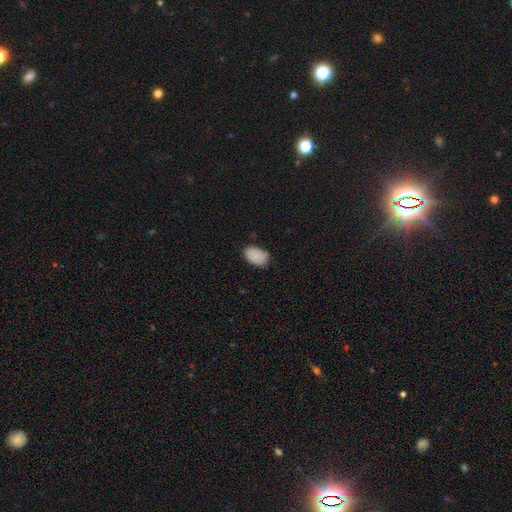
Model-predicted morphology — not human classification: The model was most divided on "merging": none: 80%, minor disturbance: 16%, major disturbance: 3%, merger: 1%. More confident: how rounded — in between (90%); smooth or featured — smooth (88%).